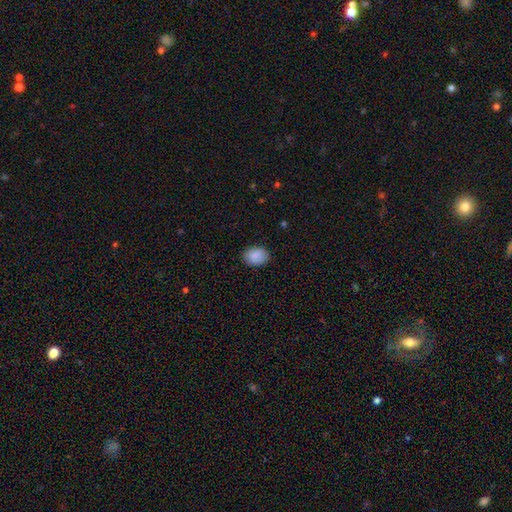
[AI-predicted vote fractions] A smooth galaxy with no disk features (89%) that is in between round and cigar-shaped (67%). Merging: none (86%).